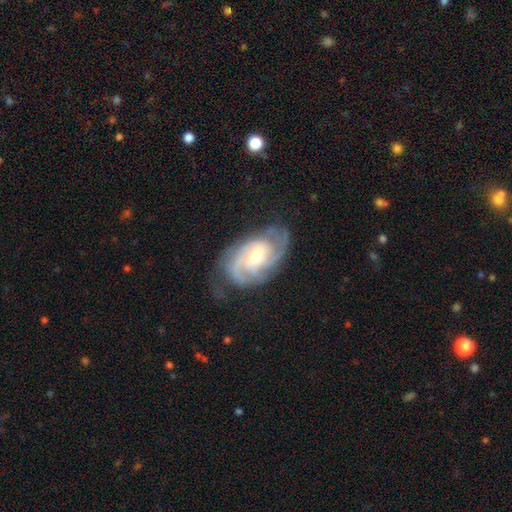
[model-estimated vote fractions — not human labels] Morphology: type=featured or disk (87%); edge-on=no (97%); bar=no (52%); spiral arms=yes (97%); winding=tight (54%); arm count=3 (35%); bulge=moderate (66%); merging=none (69%).